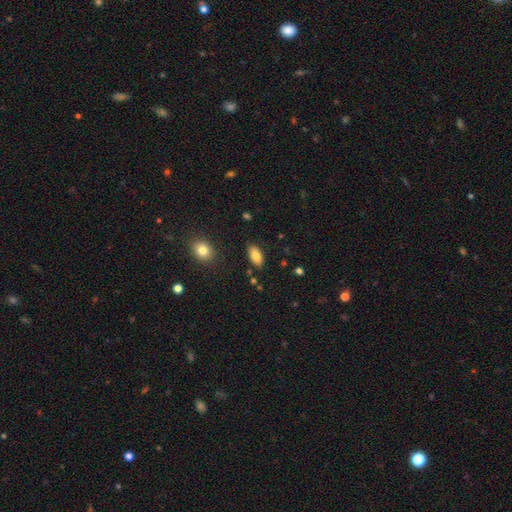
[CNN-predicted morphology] The model was most divided on "merging": none: 85%, minor disturbance: 10%, major disturbance: 2%, merger: 2%. More confident: how rounded — in between (92%); smooth or featured — smooth (84%).